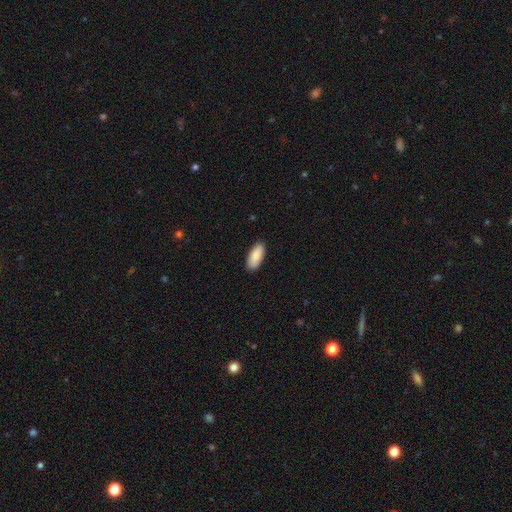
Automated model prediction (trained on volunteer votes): smooth 89%, featured or disk 6%, star or artifact 6%. Down the decision tree: how rounded — in between (87%); merging — none (89%).